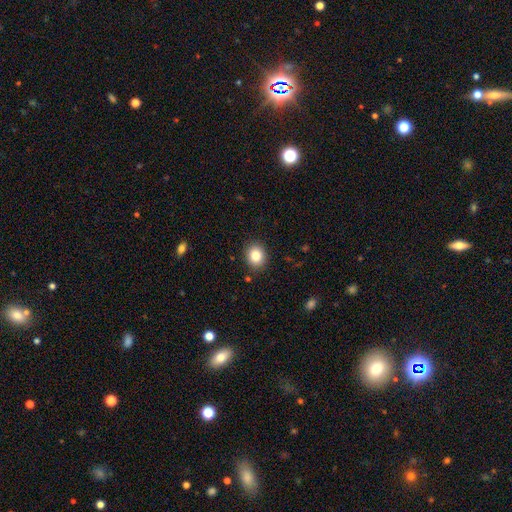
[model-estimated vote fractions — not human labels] Smooth or featured: smooth — 85% (star or artifact — 10%)
How rounded: round — 65% (in between — 34%)
Merging: none — 88% (minor disturbance — 8%)